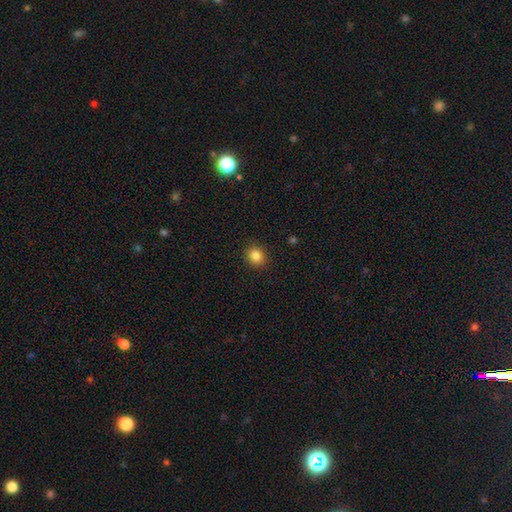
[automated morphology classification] A smooth galaxy with no disk features (85%) that is round (79%). Merging: none (90%).